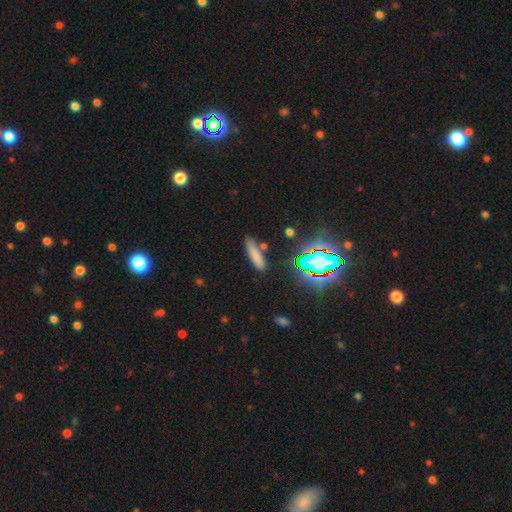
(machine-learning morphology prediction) This is likely a smooth galaxy (75%). How rounded: likely cigar-shaped (74%). Merging: likely none (79%).